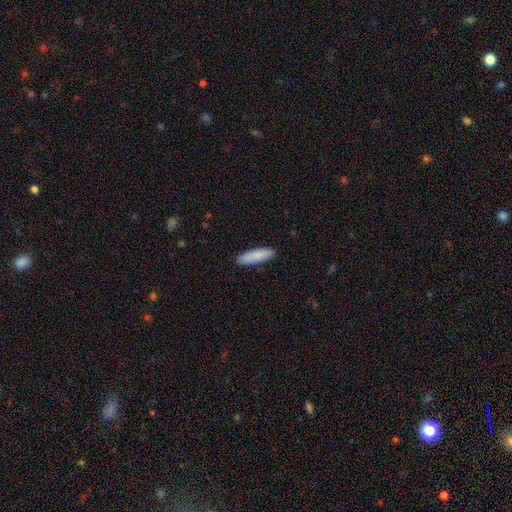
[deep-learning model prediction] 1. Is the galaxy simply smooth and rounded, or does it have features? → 86% smooth, 8% featured or disk, 6% star or artifact.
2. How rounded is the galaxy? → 57% cigar-shaped, 42% in between, 2% round.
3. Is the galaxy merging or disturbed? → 87% none, 10% minor disturbance, 2% major disturbance, 1% merger.